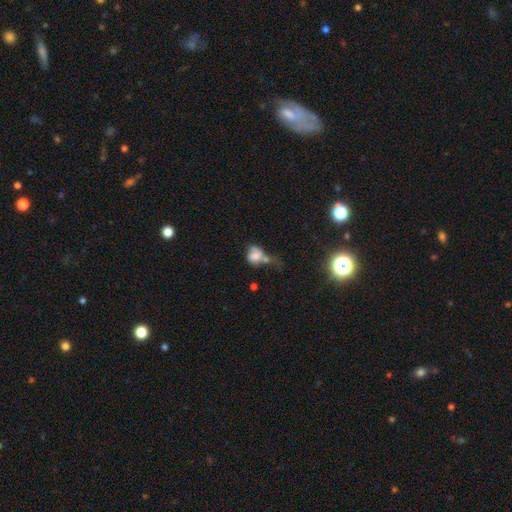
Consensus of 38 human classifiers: smooth_or_featured: smooth (p=0.61) [alt: featured or disk p=0.34]
how_rounded: in between (p=0.52) [alt: round p=0.48]
merging: merger (p=0.36) [alt: minor disturbance p=0.25]